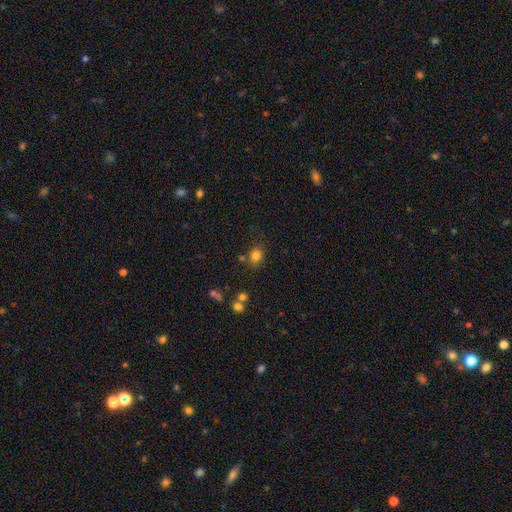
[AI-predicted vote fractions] This is clearly a smooth galaxy (80%). How rounded: likely round (66%). Merging: likely none (72%).